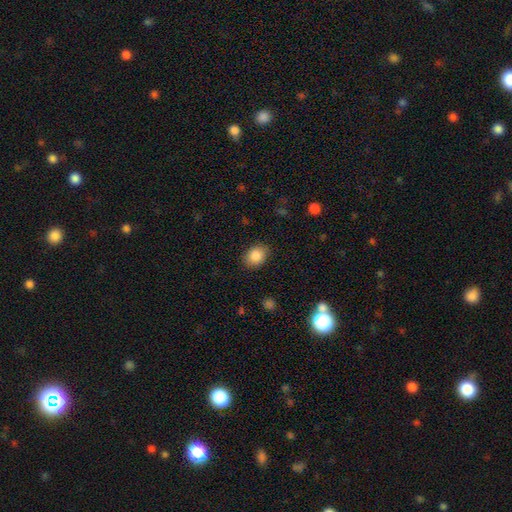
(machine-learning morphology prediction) A smooth galaxy with no disk features (86%) that is in between round and cigar-shaped (55%).

Vote fractions:
- Smooth or featured? smooth: 86% / star or artifact: 9% / featured or disk: 5%
- How rounded? in between: 55% / round: 44% / cigar-shaped: 1%
- Merging? none: 86% / minor disturbance: 10% / major disturbance: 3% / merger: 1%